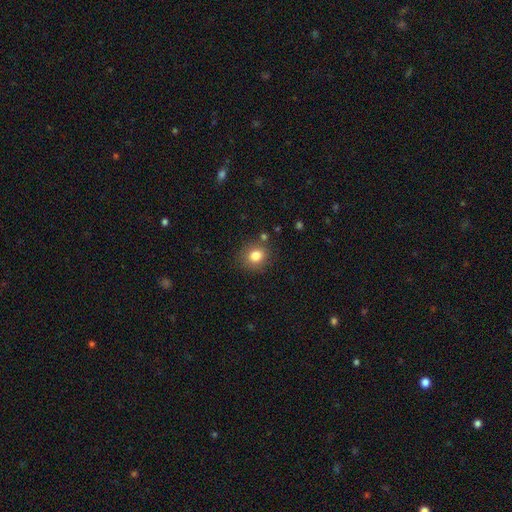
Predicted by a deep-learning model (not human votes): Morphology: type=smooth (82%); roundness=round (76%); merging=none (82%).